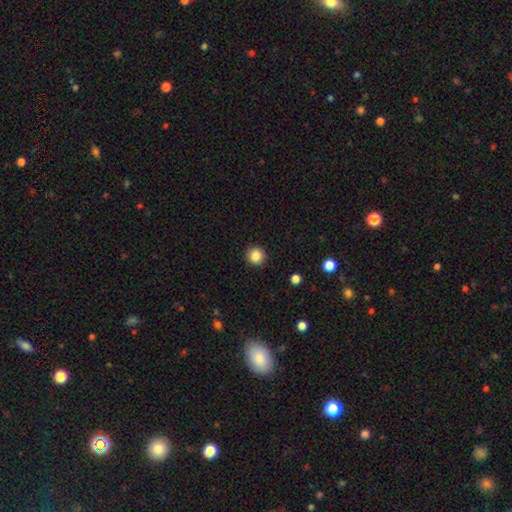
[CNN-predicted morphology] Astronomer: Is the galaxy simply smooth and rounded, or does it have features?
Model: smooth — 86%.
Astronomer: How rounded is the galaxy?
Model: round — 93%.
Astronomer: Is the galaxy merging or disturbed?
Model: none — 92%.